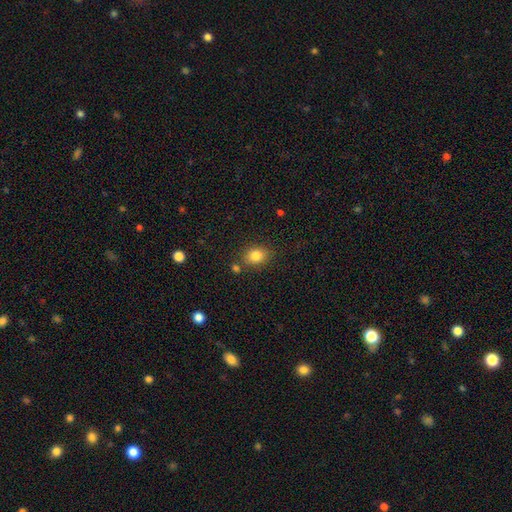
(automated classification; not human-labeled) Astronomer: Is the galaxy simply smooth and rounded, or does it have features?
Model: smooth — 83%.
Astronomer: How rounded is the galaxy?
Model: in between — 57% (runner-up: round, 42%).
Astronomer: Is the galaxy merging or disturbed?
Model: none — 76%.